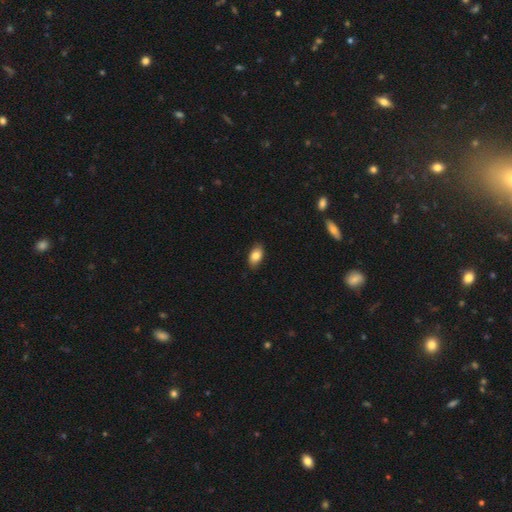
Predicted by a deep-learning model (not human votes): The model was most divided on "smooth or featured": smooth: 84%, featured or disk: 9%, star or artifact: 7%. More confident: how rounded — in between (91%); merging — none (87%).